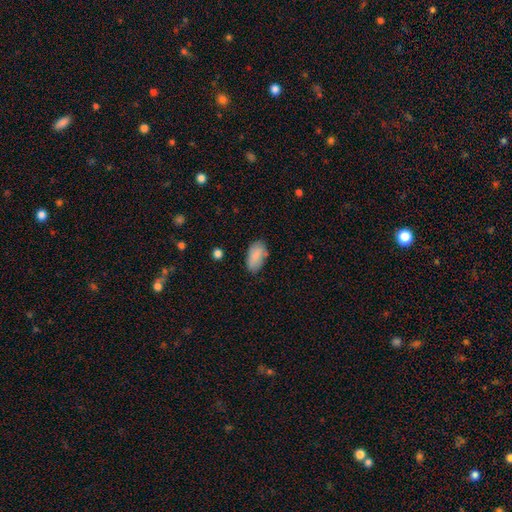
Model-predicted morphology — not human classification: A smooth galaxy with no disk features (86%) that is in between round and cigar-shaped (94%). Merging: none (73%).